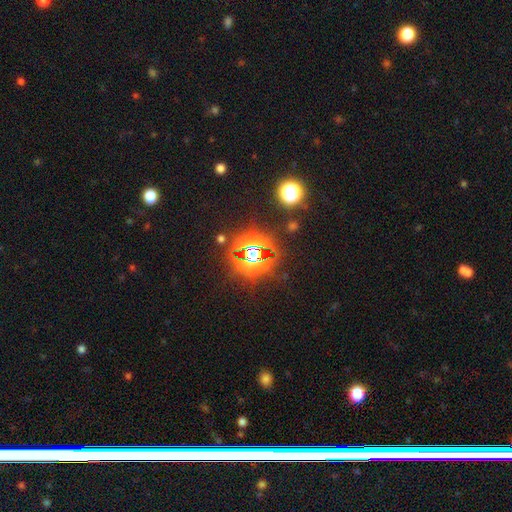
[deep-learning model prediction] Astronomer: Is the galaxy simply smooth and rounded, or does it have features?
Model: star or artifact — 77%.